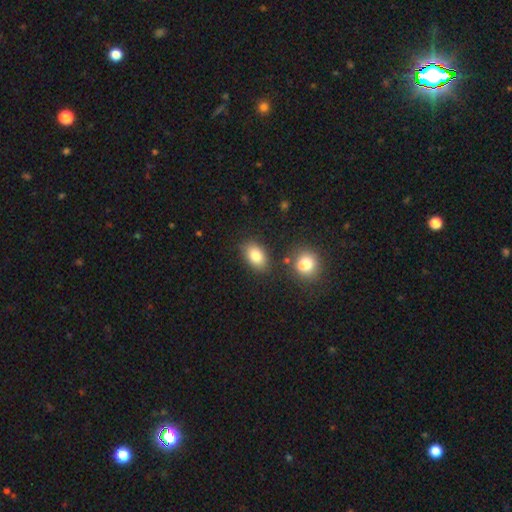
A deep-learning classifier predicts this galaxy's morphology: smooth_or_featured: smooth (p=0.82) [alt: featured or disk p=0.09]
how_rounded: in between (p=0.85) [alt: round p=0.14]
merging: none (p=0.78) [alt: minor disturbance p=0.12]